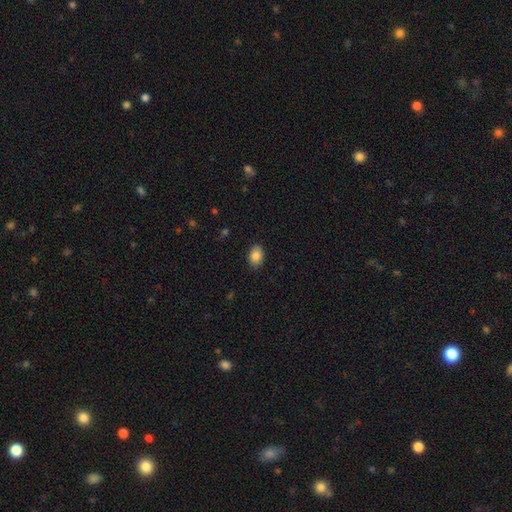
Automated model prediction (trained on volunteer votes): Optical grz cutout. It shows a smooth galaxy with no disk features (86%) that is in between round and cigar-shaped (79%). Merging: none (87%).